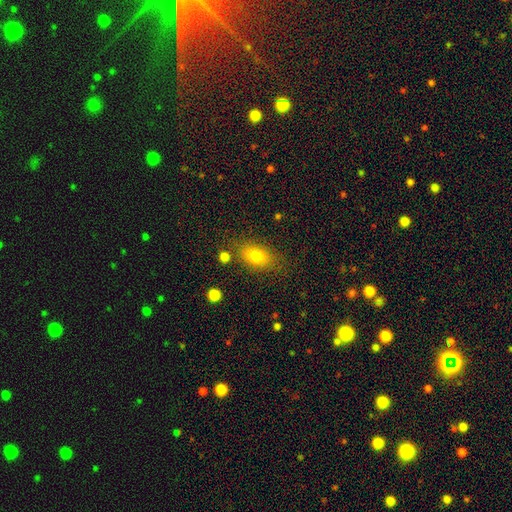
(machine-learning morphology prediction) A smooth galaxy with no disk features (78%) that is in between round and cigar-shaped (83%). Merging: none (75%).